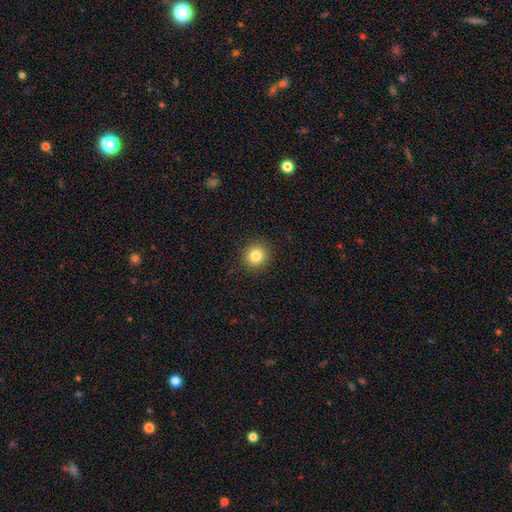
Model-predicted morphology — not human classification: Smooth or featured? smooth (83%)
How rounded? round (92%)
Merging? none (92%)